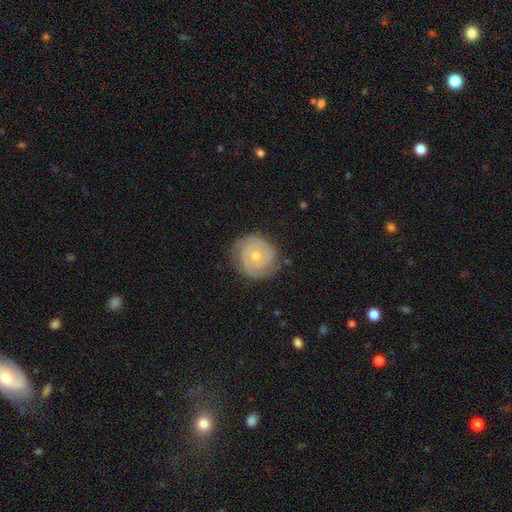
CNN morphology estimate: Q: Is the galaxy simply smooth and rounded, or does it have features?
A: featured or disk — 79%.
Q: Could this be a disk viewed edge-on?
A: no — 98%.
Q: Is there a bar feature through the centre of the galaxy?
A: no — 75%.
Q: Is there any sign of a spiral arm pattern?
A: yes — 94%.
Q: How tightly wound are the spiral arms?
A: tight — 73%.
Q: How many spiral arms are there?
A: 2 — 58%.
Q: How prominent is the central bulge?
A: small — 52%.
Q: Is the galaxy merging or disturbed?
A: none — 79%.